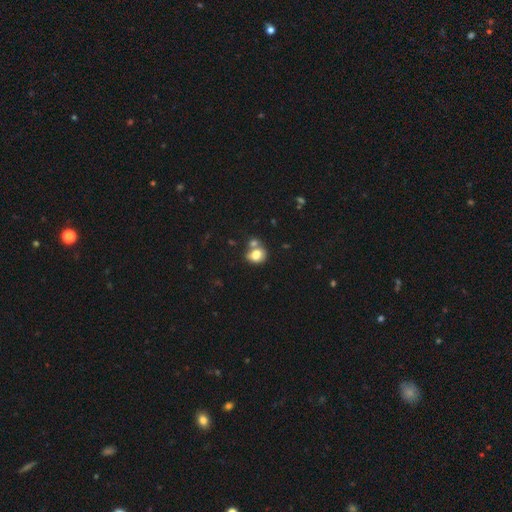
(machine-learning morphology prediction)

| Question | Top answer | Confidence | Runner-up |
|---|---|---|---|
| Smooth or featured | smooth | 78% | featured or disk (13%) |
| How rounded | round | 59% | in between (40%) |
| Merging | none | 41% | tied: merger (41%) |